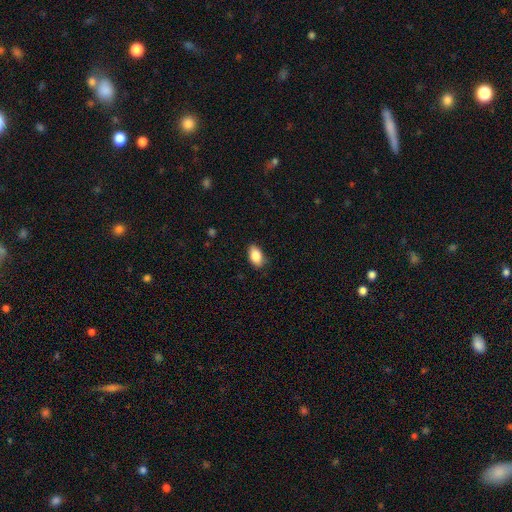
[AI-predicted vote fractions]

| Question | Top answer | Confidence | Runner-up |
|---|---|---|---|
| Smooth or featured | smooth | 86% | star or artifact (7%) |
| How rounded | in between | 92% | round (6%) |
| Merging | none | 84% | minor disturbance (13%) |